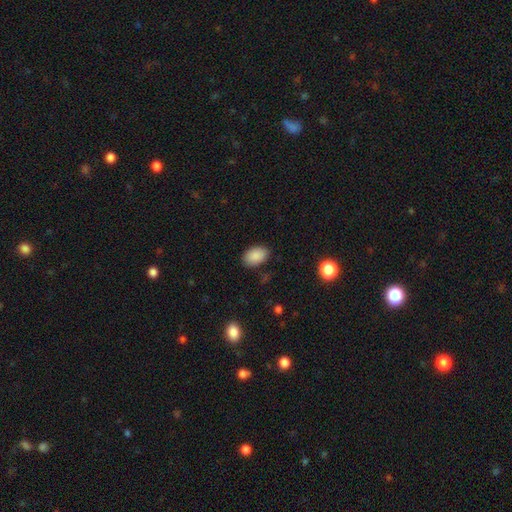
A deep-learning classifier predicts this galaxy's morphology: A smooth galaxy with no disk features (89%) that is in between round and cigar-shaped (90%).

Vote fractions:
- Smooth or featured? smooth: 89% / star or artifact: 7% / featured or disk: 4%
- How rounded? in between: 90% / round: 9% / cigar-shaped: 1%
- Merging? none: 87% / minor disturbance: 10% / major disturbance: 3% / merger: 1%